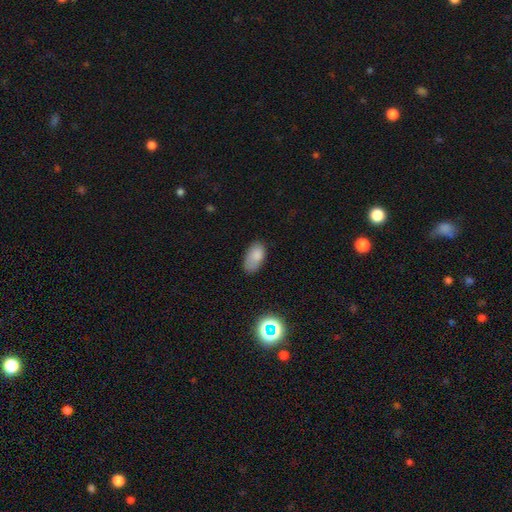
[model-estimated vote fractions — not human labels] Smooth or featured: smooth — 79% (star or artifact — 11%)
How rounded: in between — 93% (round — 5%)
Merging: none — 64% (minor disturbance — 26%)